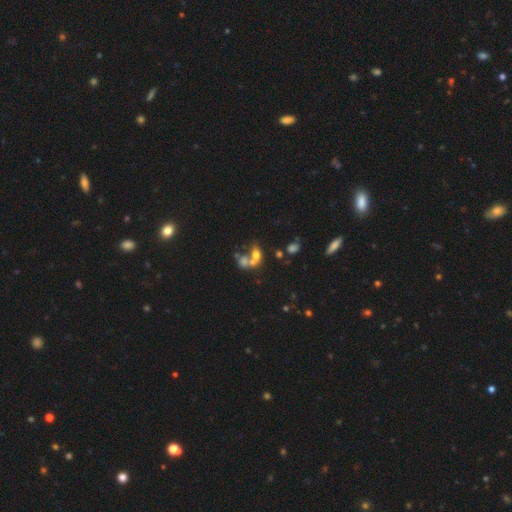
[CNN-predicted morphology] Smooth or featured? Predicted: smooth (p=0.58). How rounded? Predicted: in between (p=0.67). Merging? Predicted: merger (p=0.62).